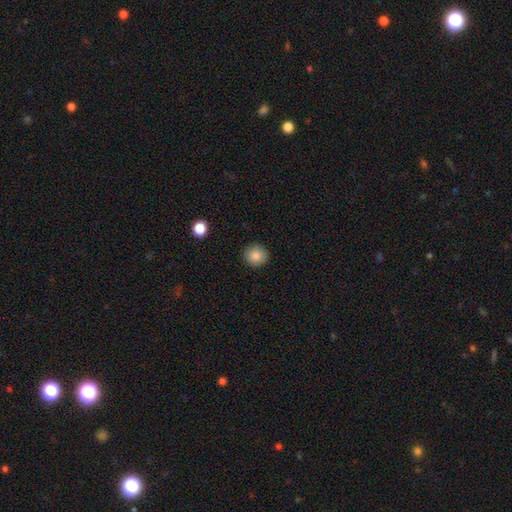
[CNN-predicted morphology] smooth-or-featured: smooth: 85% | star or artifact: 9% | featured or disk: 6%
  how-rounded: round: 89% | in between: 10% | cigar-shaped: 1%
  merging: none: 90% | minor disturbance: 7% | major disturbance: 2% | merger: 1%